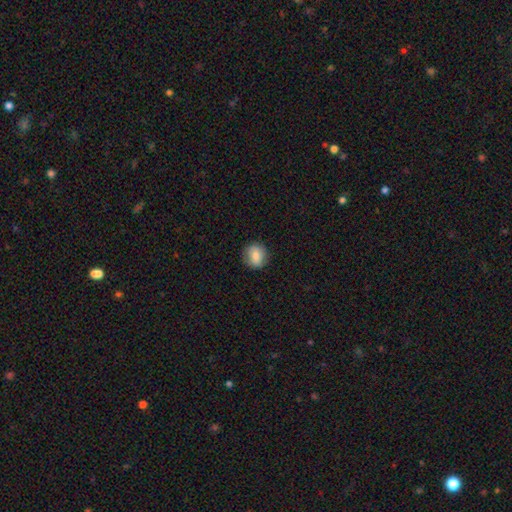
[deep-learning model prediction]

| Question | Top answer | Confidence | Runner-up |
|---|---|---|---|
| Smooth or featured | smooth | 77% | featured or disk (15%) |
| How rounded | round | 85% | in between (14%) |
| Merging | none | 87% | minor disturbance (9%) |